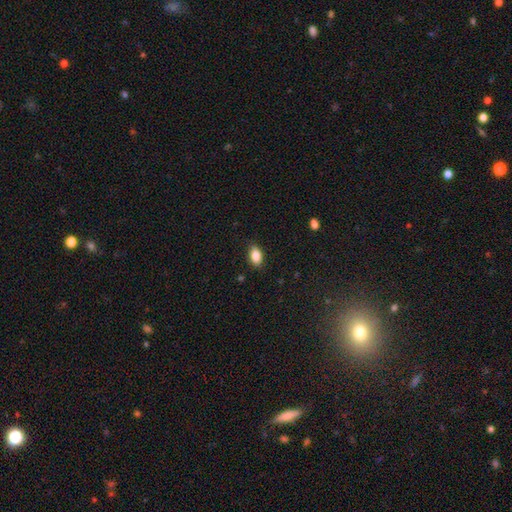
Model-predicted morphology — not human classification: A smooth galaxy with no disk features (86%) that is in between round and cigar-shaped (90%).

Vote fractions:
- Smooth or featured? smooth: 86% / star or artifact: 8% / featured or disk: 6%
- How rounded? in between: 90% / round: 7% / cigar-shaped: 3%
- Merging? none: 86% / minor disturbance: 11% / major disturbance: 2% / merger: 1%